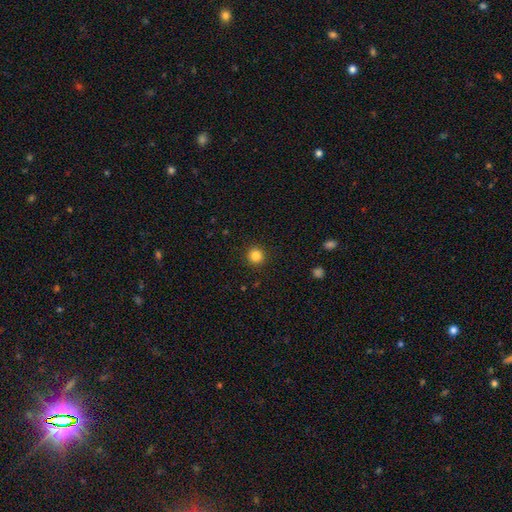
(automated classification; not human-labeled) A smooth galaxy with no disk features (84%) that is round (95%). Merging: none (92%).